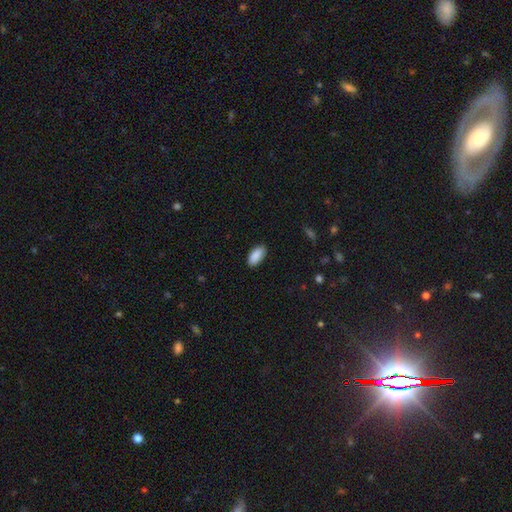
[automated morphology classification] Smooth or featured? smooth (91%)
How rounded? in between (93%)
Merging? none (89%)